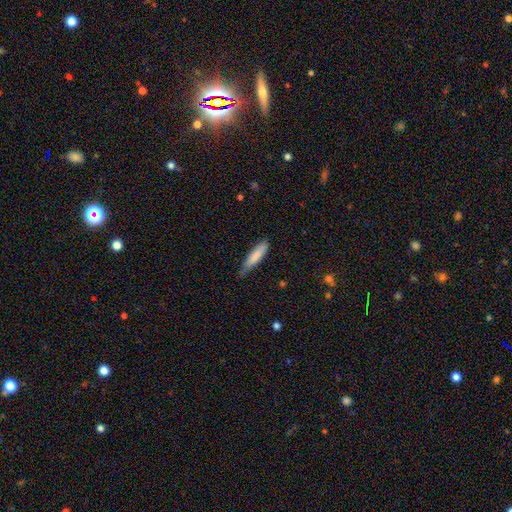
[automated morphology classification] The model was most divided on "merging": none: 62%, minor disturbance: 32%, major disturbance: 5%, merger: 2%. More confident: smooth or featured — smooth (82%); how rounded — cigar-shaped (79%).